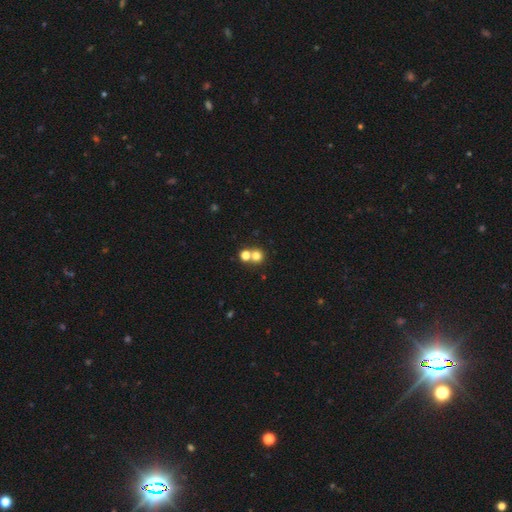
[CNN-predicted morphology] Smooth or featured?
  - smooth: 74% *
  - star or artifact: 17%
  - featured or disk: 10%
How rounded?
  - round: 88% *
  - in between: 11%
  - cigar-shaped: 1%
Merging?
  - none: 52% *
  - merger: 39%
  - minor disturbance: 5%
  - major disturbance: 3%